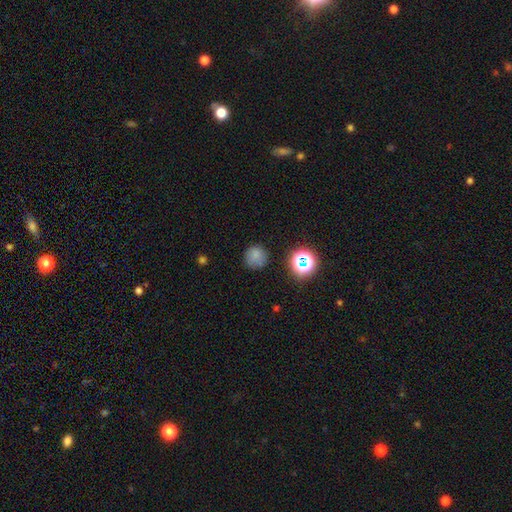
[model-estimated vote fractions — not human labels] Q: Smooth or featured?
A: smooth (74%); runner-up: star or artifact (18%)
Q: How rounded?
A: round (92%); runner-up: in between (7%)
Q: Merging?
A: none (78%); runner-up: minor disturbance (15%)